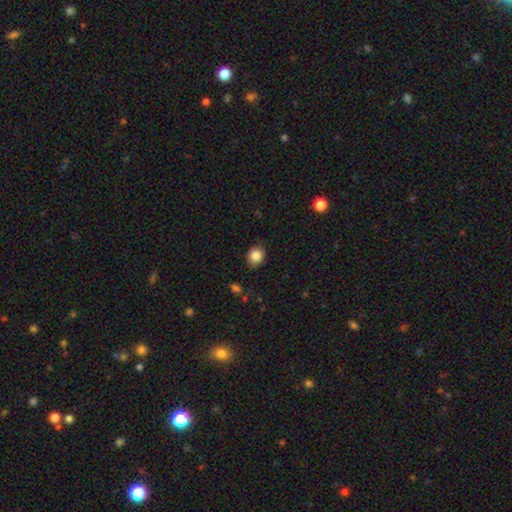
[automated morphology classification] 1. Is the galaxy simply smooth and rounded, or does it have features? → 85% smooth, 9% star or artifact, 6% featured or disk.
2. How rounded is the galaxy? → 58% round, 41% in between, 1% cigar-shaped.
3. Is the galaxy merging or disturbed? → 81% none, 15% minor disturbance, 3% major disturbance, 1% merger.